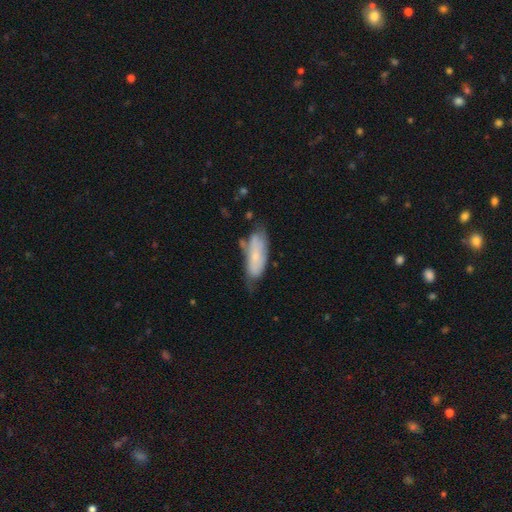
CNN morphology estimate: Smooth or featured?
  - smooth: 56% *
  - featured or disk: 36%
  - star or artifact: 7%
How rounded?
  - in between: 73% *
  - cigar-shaped: 25%
  - round: 2%
Merging?
  - none: 47% *
  - minor disturbance: 33%
  - major disturbance: 12%
  - merger: 8%